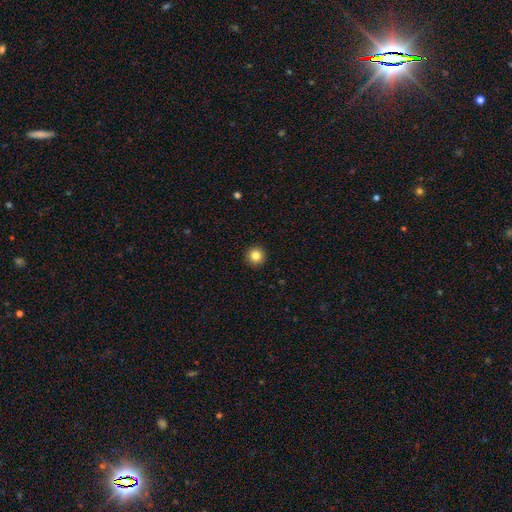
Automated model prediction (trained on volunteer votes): Smooth or featured? Predicted: smooth (p=0.83). How rounded? Predicted: round (p=0.96). Merging? Predicted: none (p=0.94).